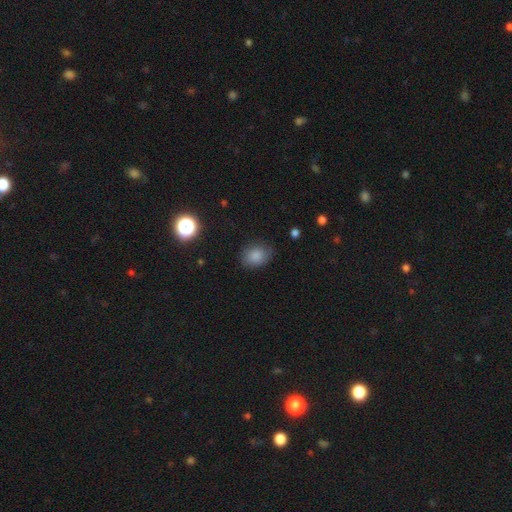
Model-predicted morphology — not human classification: Smooth or featured? Predicted: smooth (p=0.84). How rounded? Predicted: in between (p=0.57). Merging? Predicted: none (p=0.77).